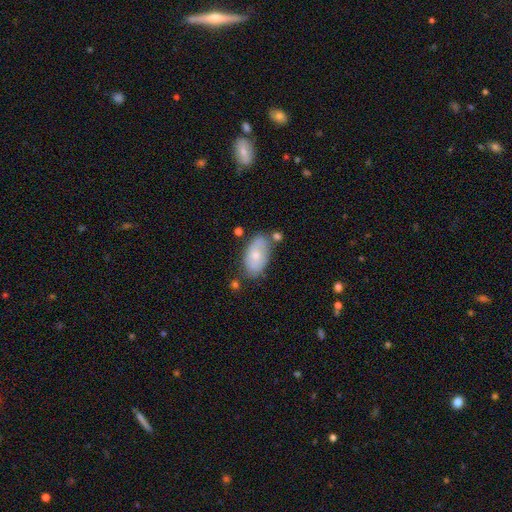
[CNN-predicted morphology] Smooth or featured? Predicted: smooth (p=0.64). How rounded? Predicted: in between (p=0.93). Merging? Predicted: none (p=0.64).